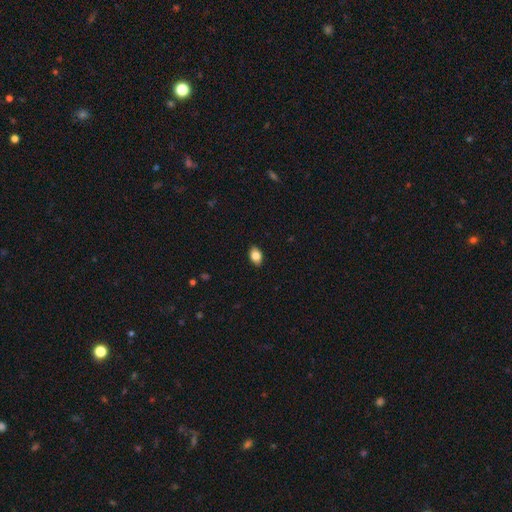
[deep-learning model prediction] Smooth or featured?
  - smooth: 84% *
  - featured or disk: 8%
  - star or artifact: 8%
How rounded?
  - in between: 84% *
  - round: 14%
  - cigar-shaped: 1%
Merging?
  - none: 89% *
  - minor disturbance: 9%
  - major disturbance: 2%
  - merger: 1%